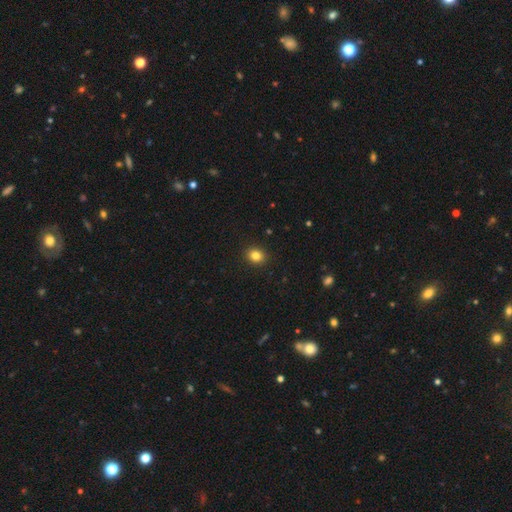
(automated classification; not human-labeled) Morphology: type=smooth (83%); roundness=round (68%); merging=none (91%).